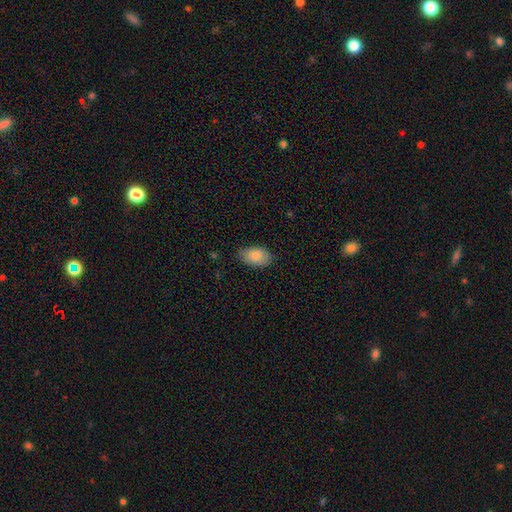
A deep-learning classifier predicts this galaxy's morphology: Smooth or featured: smooth — 85% (featured or disk — 9%)
How rounded: in between — 92% (round — 7%)
Merging: none — 79% (minor disturbance — 17%)